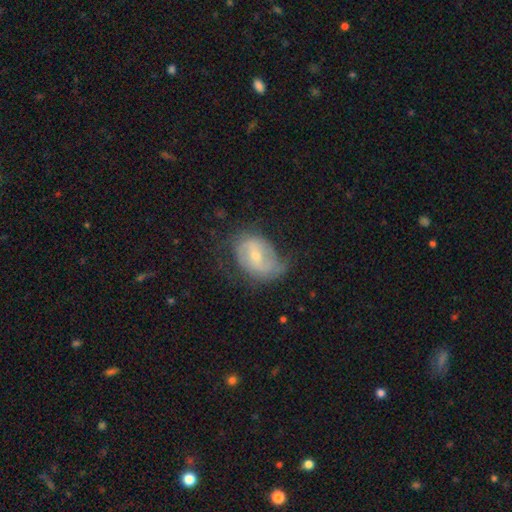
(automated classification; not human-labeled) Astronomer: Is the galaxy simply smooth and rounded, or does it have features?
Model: featured or disk — 65%.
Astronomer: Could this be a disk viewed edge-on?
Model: no — 96%.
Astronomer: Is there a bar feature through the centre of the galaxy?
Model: weak — 48% (runner-up: no, 33%).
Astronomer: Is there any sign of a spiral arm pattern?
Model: yes — 74%.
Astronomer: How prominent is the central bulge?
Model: small — 55% (runner-up: moderate, 40%).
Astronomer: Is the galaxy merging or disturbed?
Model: none — 51% (runner-up: minor disturbance, 29%).